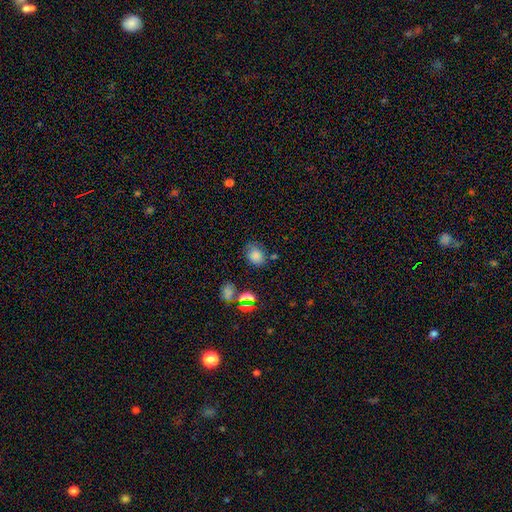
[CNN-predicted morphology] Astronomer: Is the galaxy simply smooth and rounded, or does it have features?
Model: smooth — 79%.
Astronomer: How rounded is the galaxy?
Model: in between — 56% (runner-up: round, 43%).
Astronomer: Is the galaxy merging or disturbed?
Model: none — 70%.